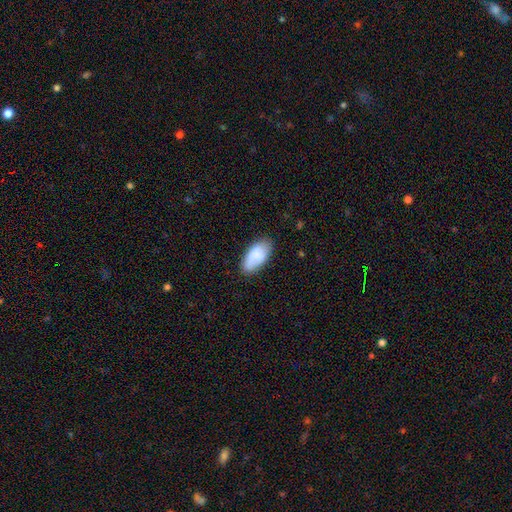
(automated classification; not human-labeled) Smooth or featured?
  - smooth: 81% *
  - featured or disk: 12%
  - star or artifact: 7%
How rounded?
  - in between: 93% *
  - cigar-shaped: 4%
  - round: 2%
Merging?
  - none: 75% *
  - minor disturbance: 19%
  - major disturbance: 4%
  - merger: 2%